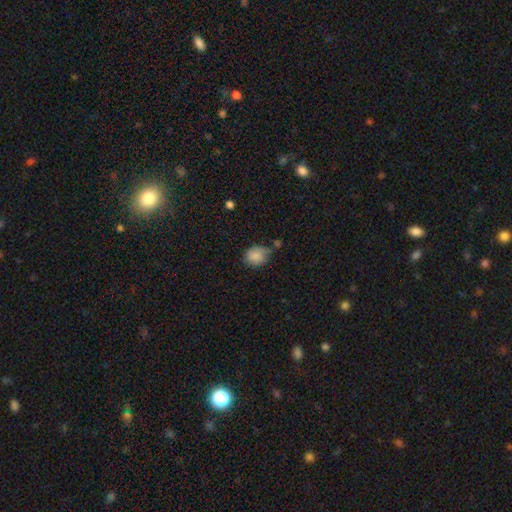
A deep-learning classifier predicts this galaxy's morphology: The model was most divided on "how rounded": round: 57%, in between: 42%, cigar-shaped: 1%. More confident: smooth or featured — smooth (86%); merging — none (56%).